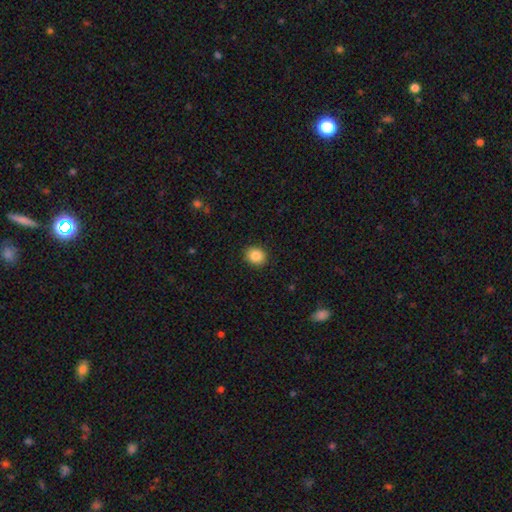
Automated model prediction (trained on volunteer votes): Smooth or featured? smooth (86%)
How rounded? round (73%)
Merging? none (91%)